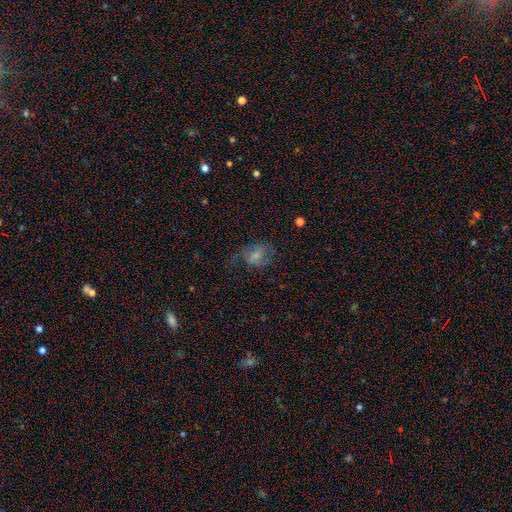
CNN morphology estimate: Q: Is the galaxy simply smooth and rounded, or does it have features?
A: smooth — 48%.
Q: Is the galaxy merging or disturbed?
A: none — 40%.